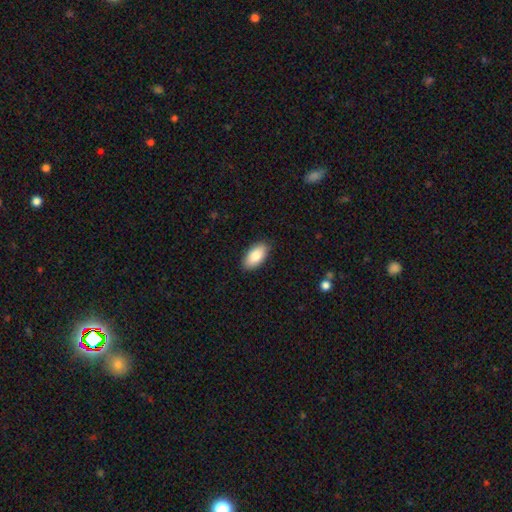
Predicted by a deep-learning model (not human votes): A smooth galaxy with no disk features (86%) that is in between round and cigar-shaped (94%). Merging: none (88%).